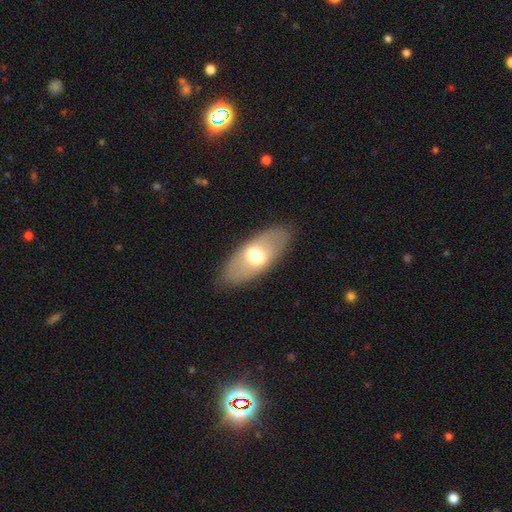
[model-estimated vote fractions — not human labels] A smooth galaxy with no disk features (53%) that is in between round and cigar-shaped (85%).

Vote fractions:
- Smooth or featured? smooth: 53% / featured or disk: 40% / star or artifact: 7%
- How rounded? in between: 85% / cigar-shaped: 10% / round: 4%
- Merging? none: 84% / minor disturbance: 11% / major disturbance: 4% / merger: 1%